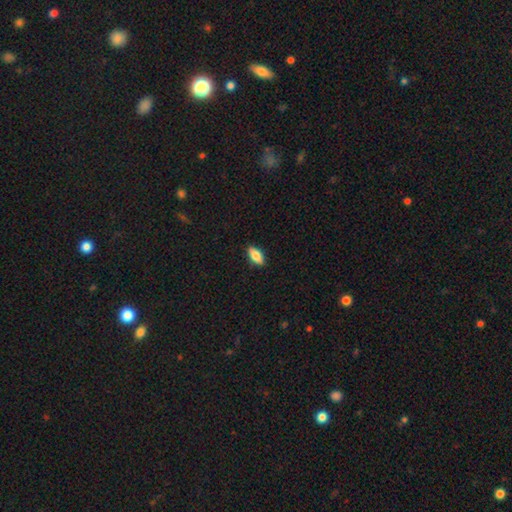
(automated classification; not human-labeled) Morphology: type=smooth (77%); roundness=in between (83%); merging=none (89%).